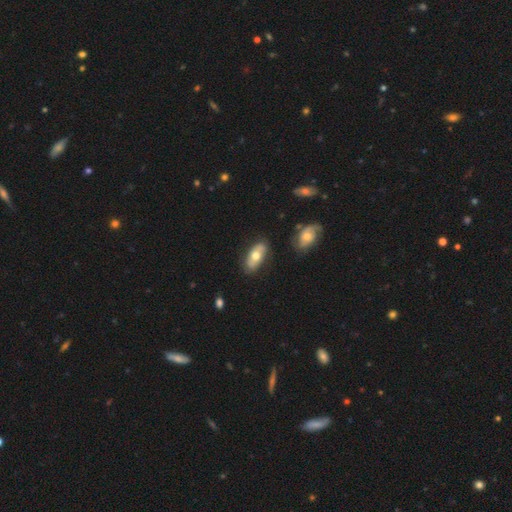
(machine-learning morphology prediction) type=smooth (58%); roundness=in between (88%); merging=none (81%).